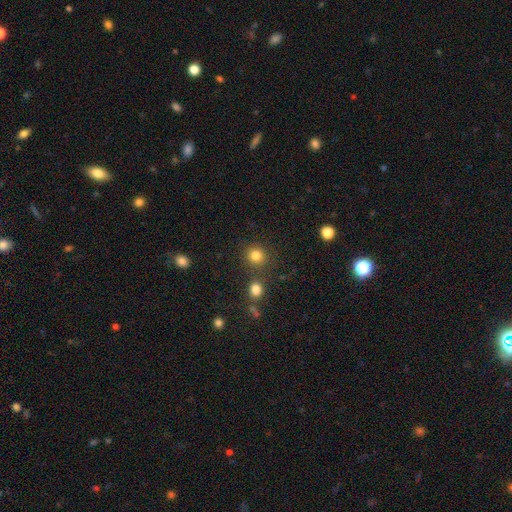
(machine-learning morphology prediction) smooth 82%, star or artifact 13%, featured or disk 5%. Down the decision tree: how rounded — round (89%); merging — none (79%).